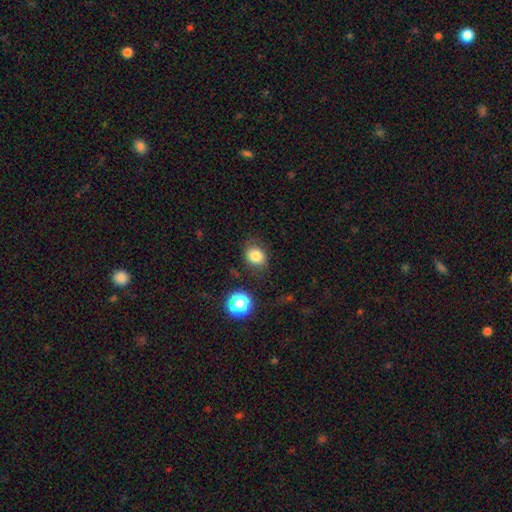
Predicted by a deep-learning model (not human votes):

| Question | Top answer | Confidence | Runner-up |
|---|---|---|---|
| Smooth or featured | smooth | 80% | star or artifact (12%) |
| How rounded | round | 59% | in between (40%) |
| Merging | none | 74% | minor disturbance (17%) |